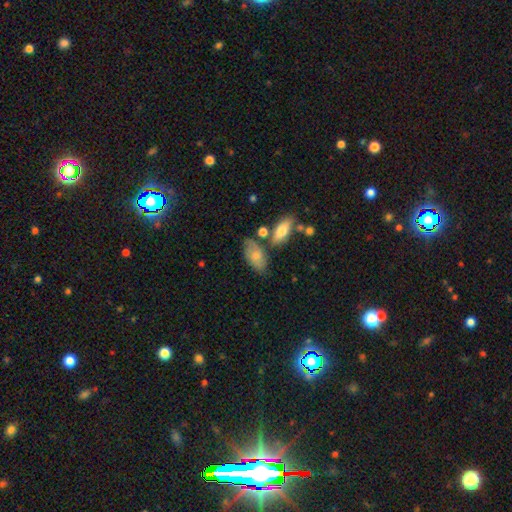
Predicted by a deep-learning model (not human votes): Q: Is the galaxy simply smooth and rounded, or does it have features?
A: smooth — 69%.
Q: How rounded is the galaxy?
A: in between — 90%.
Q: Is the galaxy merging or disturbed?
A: none — 55%.